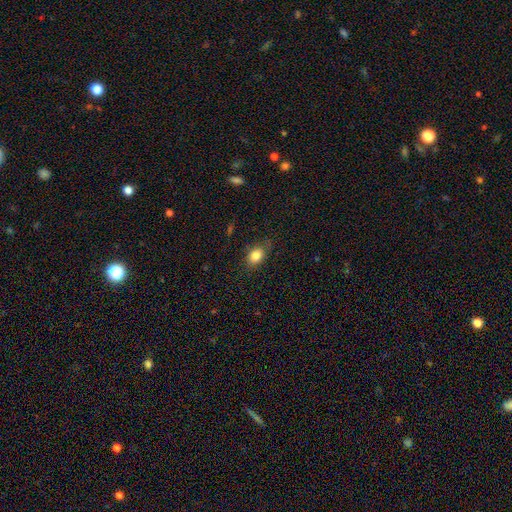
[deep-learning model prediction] Smooth or featured? smooth (83%)
How rounded? in between (74%)
Merging? none (78%)